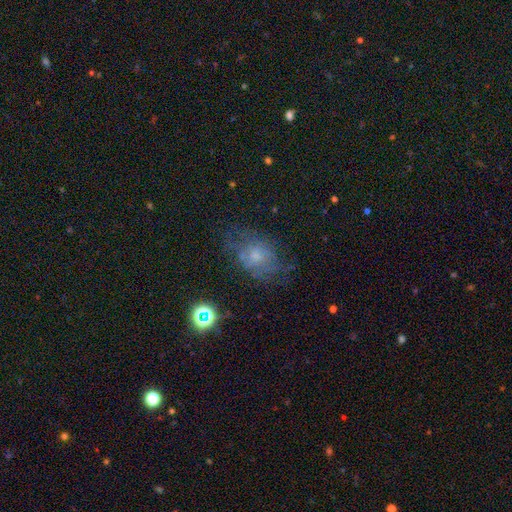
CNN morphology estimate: Smooth or featured? Predicted: smooth (p=0.47). Merging? Predicted: none (p=0.57).